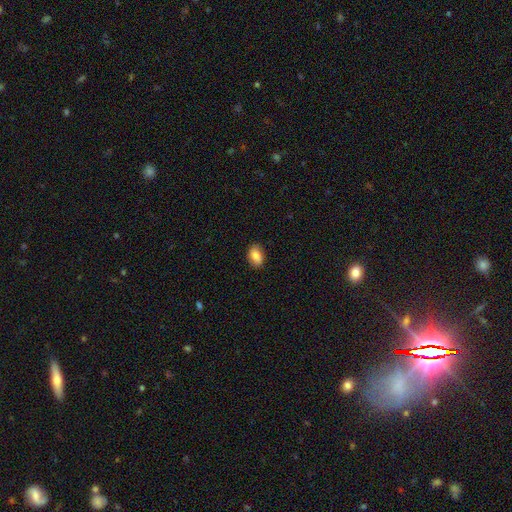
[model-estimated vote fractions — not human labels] This is clearly a smooth galaxy (83%). How rounded: clearly in between (87%). Merging: clearly none (85%).